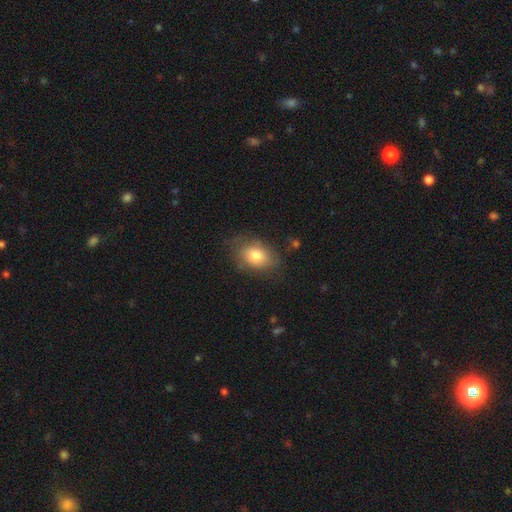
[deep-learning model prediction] smooth 78%, featured or disk 14%, star or artifact 8%. Down the decision tree: how rounded — in between (78%); merging — none (71%).